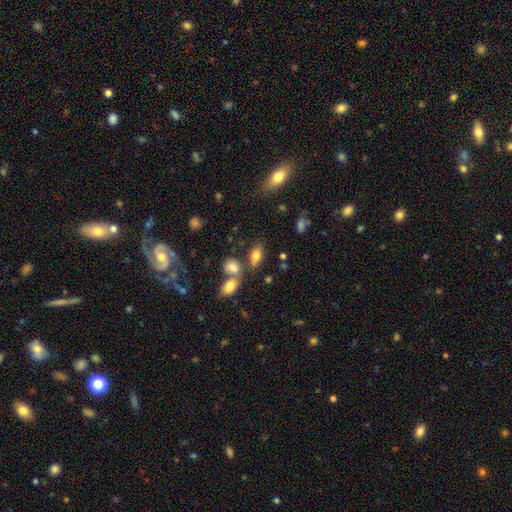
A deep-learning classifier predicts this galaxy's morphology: smooth-or-featured: smooth: 78% | featured or disk: 12% | star or artifact: 10%
  how-rounded: in between: 89% | round: 6% | cigar-shaped: 5%
  merging: none: 64% | merger: 18% | minor disturbance: 13% | major disturbance: 5%